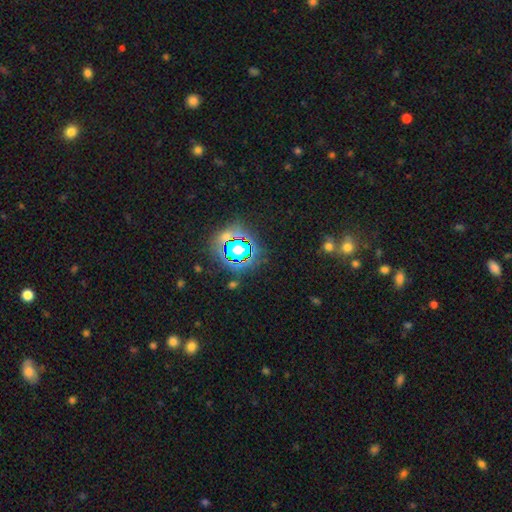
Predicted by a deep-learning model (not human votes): smooth-or-featured: star or artifact: 77% | smooth: 14% | featured or disk: 9%